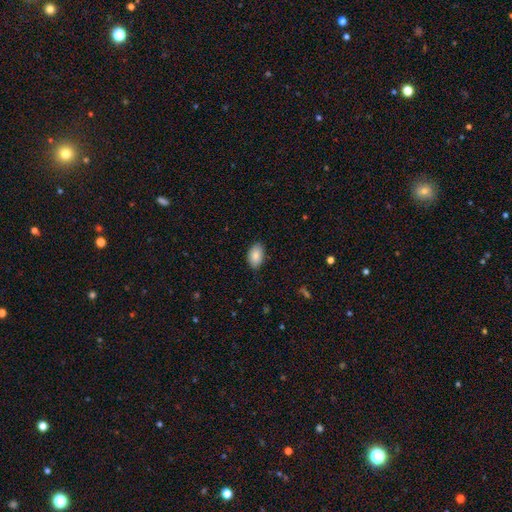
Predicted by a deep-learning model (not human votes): Smooth or featured: smooth — 86% (featured or disk — 7%)
How rounded: in between — 91% (round — 7%)
Merging: none — 85% (minor disturbance — 12%)